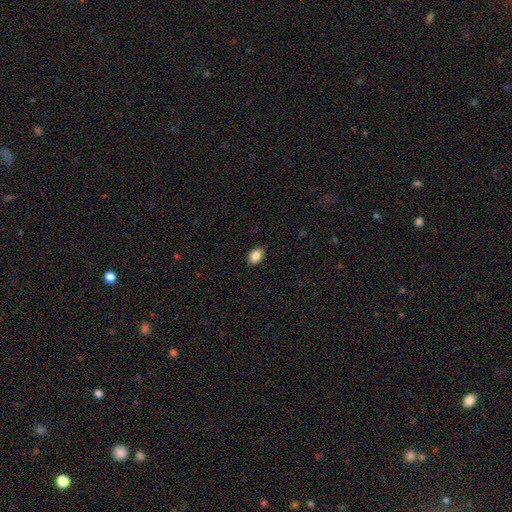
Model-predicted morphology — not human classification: A smooth galaxy with no disk features (85%) that is in between round and cigar-shaped (84%). Merging: none (90%).